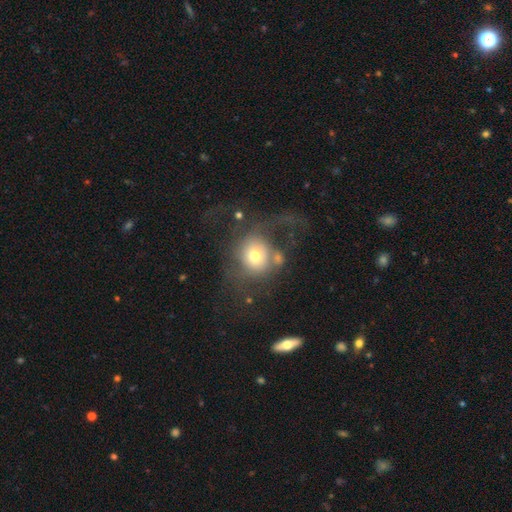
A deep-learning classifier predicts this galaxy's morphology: A smooth galaxy with no disk features (58%) that is round (83%). Merging: major disturbance (47%).